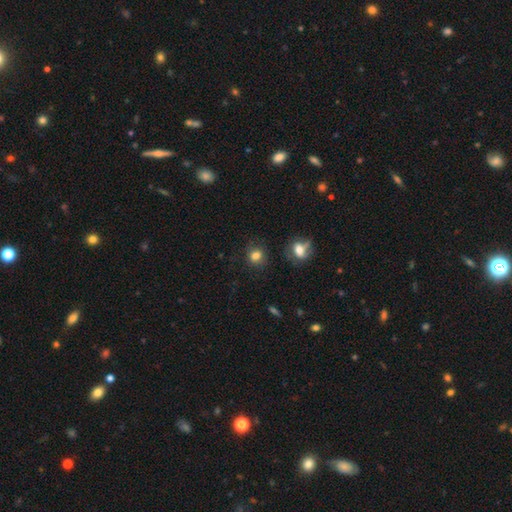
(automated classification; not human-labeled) Morphology: type=smooth (81%); roundness=round (68%); merging=none (76%).